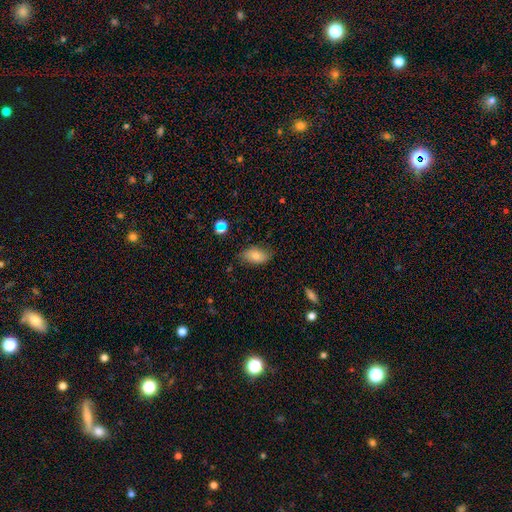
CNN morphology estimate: Smooth or featured? Predicted: smooth (p=0.80). How rounded? Predicted: in between (p=0.92). Merging? Predicted: none (p=0.74).